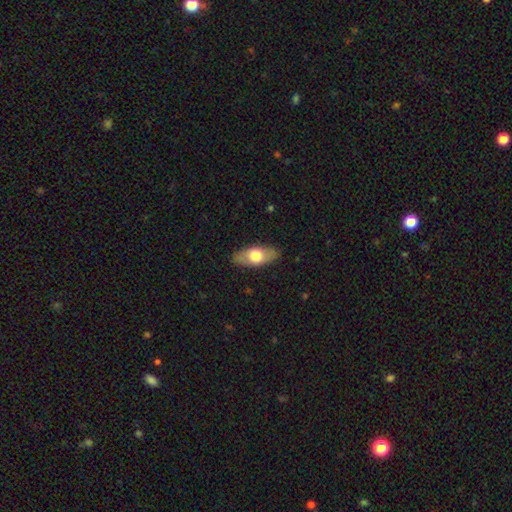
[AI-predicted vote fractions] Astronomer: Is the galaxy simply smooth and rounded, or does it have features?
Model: smooth — 62%.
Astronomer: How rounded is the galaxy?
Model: in between — 85%.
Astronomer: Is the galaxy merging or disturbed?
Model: none — 85%.